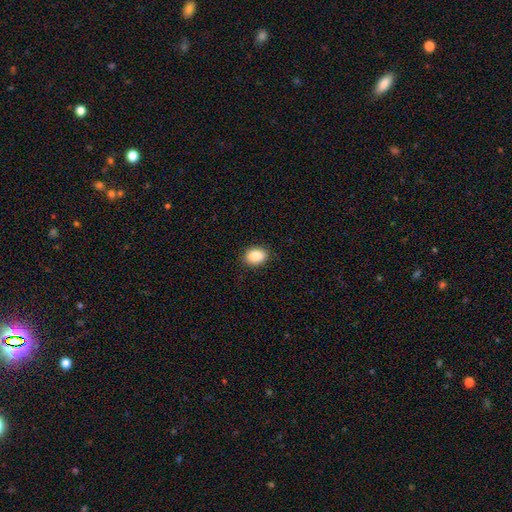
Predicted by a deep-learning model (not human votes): smooth 88%, star or artifact 8%, featured or disk 4%. Down the decision tree: how rounded — in between (73%); merging — none (89%).